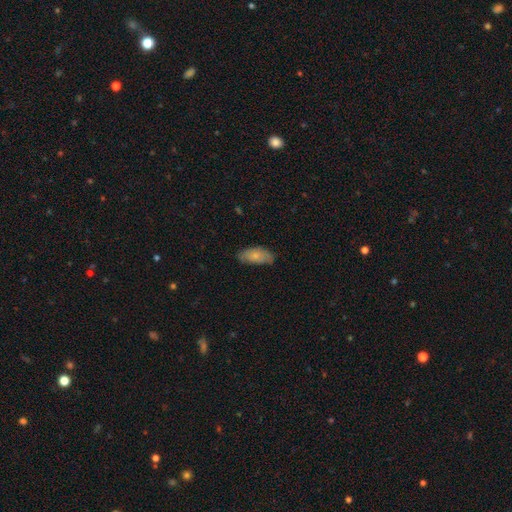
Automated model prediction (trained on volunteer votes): Q: Smooth or featured?
A: smooth (75%); runner-up: featured or disk (18%)
Q: How rounded?
A: in between (88%); runner-up: cigar-shaped (9%)
Q: Merging?
A: none (73%); runner-up: minor disturbance (22%)